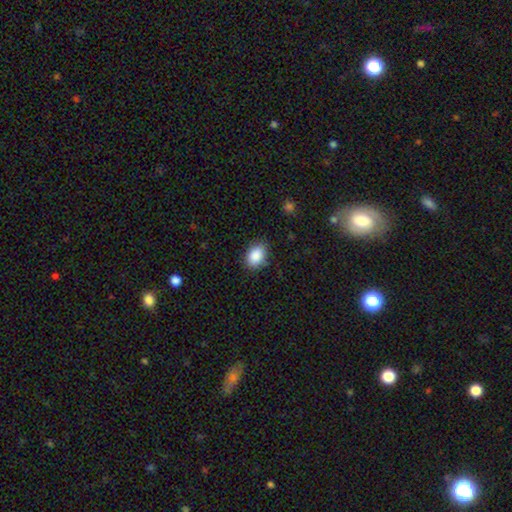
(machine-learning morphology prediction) This is clearly a smooth galaxy (89%). How rounded: clearly in between (84%). Merging: clearly none (83%).